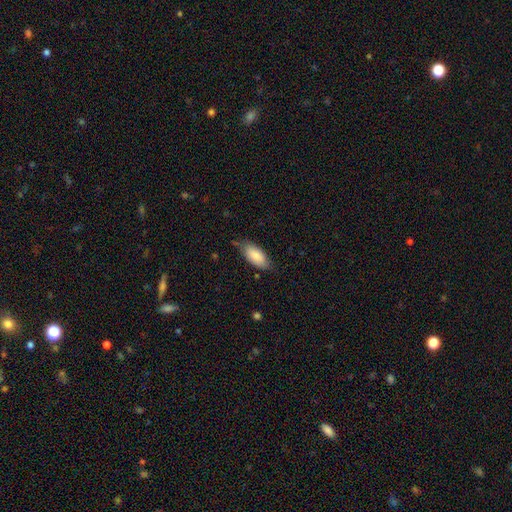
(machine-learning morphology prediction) The model was most divided on "merging": none: 69%, minor disturbance: 24%, major disturbance: 4%, merger: 2%. More confident: how rounded — in between (87%); smooth or featured — smooth (85%).